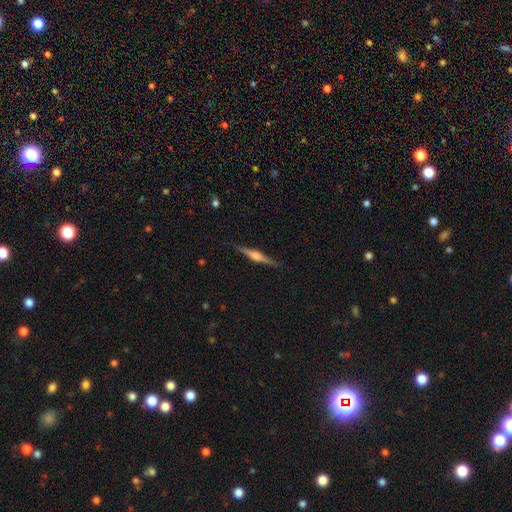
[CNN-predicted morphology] featured or disk 76%, smooth 18%, star or artifact 6%. Down the decision tree: edge-on disk — yes (98%); edge-on bulge — rounded (82%); merging — none (89%).